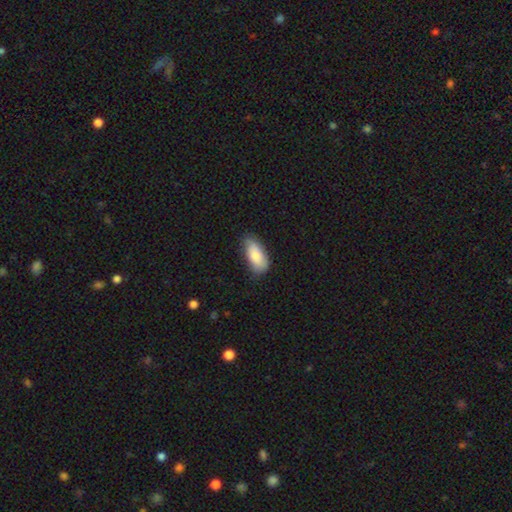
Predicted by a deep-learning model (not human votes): Smooth or featured: smooth — 82% (featured or disk — 12%)
How rounded: in between — 89% (cigar-shaped — 9%)
Merging: none — 71% (minor disturbance — 24%)